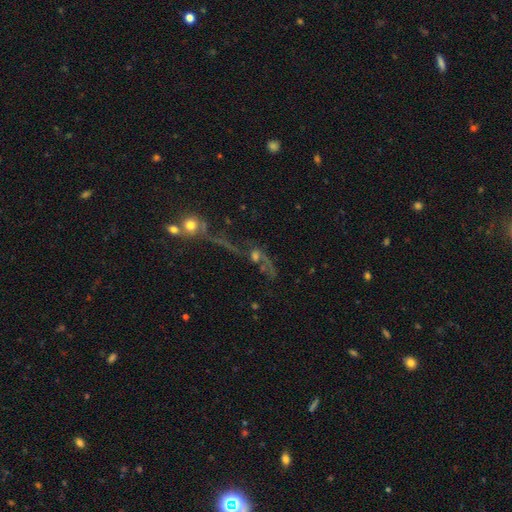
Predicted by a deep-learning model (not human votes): Smooth or featured? featured or disk (47%)
Merging? merger (32%)